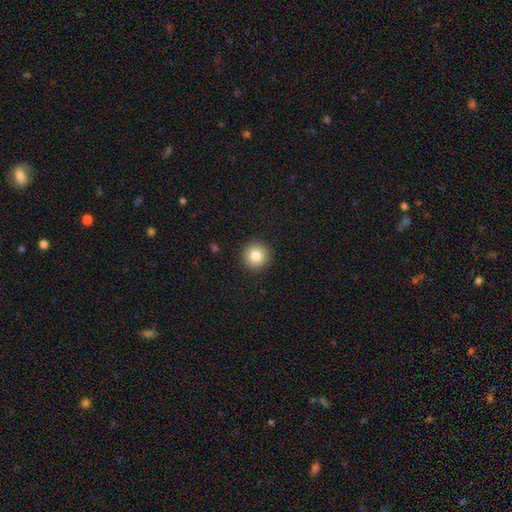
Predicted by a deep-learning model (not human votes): This appears to be a smooth galaxy with no disk features (83%) that is round (95%). Merging: none (93%).